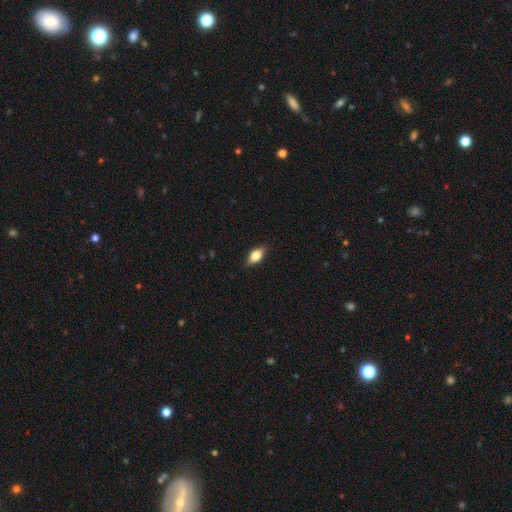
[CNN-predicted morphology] The model was most divided on "merging": none: 84%, minor disturbance: 13%, major disturbance: 2%, merger: 1%. More confident: how rounded — in between (87%); smooth or featured — smooth (82%).